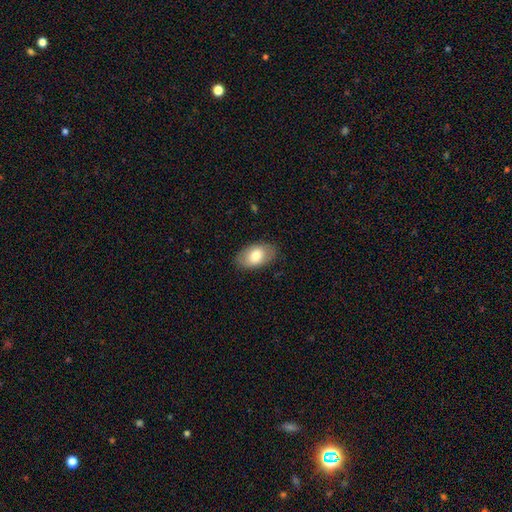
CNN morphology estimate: Overall: smooth (74%). How rounded: in between (93%). Merging: none (84%).